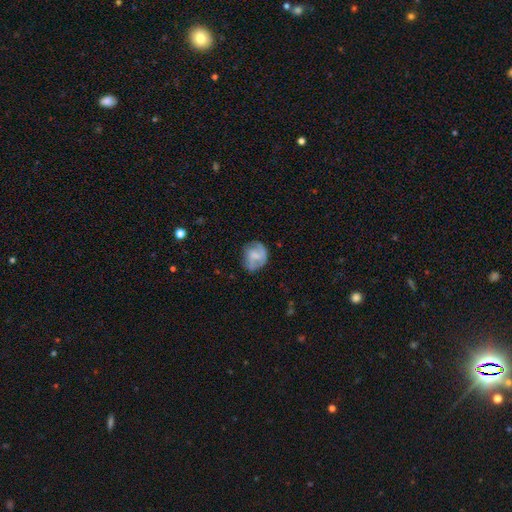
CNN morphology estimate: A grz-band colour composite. It shows a featured or disk galaxy (49%). Merging: none (58%).